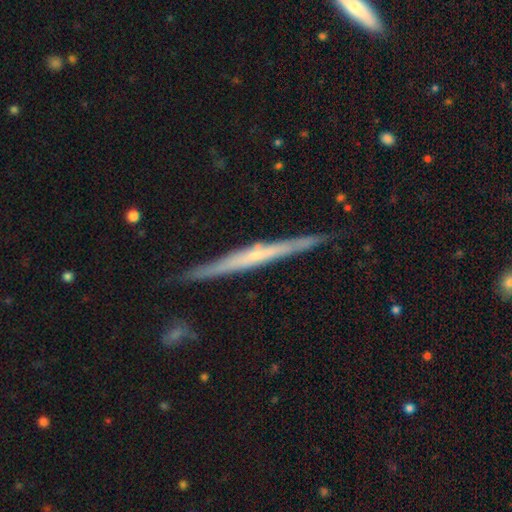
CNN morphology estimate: featured or disk 70%, smooth 24%, star or artifact 6%. Down the decision tree: edge-on disk — yes (97%); edge-on bulge — none (61%); merging — none (87%).